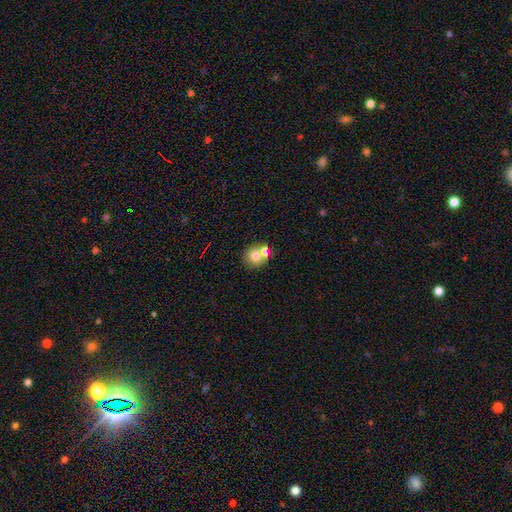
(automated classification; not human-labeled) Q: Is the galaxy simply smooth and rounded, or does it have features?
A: smooth — 73%.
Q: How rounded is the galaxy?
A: round — 82%.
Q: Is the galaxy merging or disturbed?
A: none — 54%.